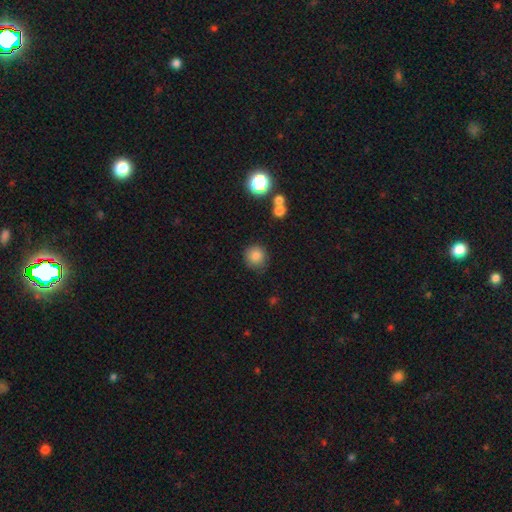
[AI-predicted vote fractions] This appears to be a smooth galaxy with no disk features (83%) that is round (92%). Merging: none (83%).